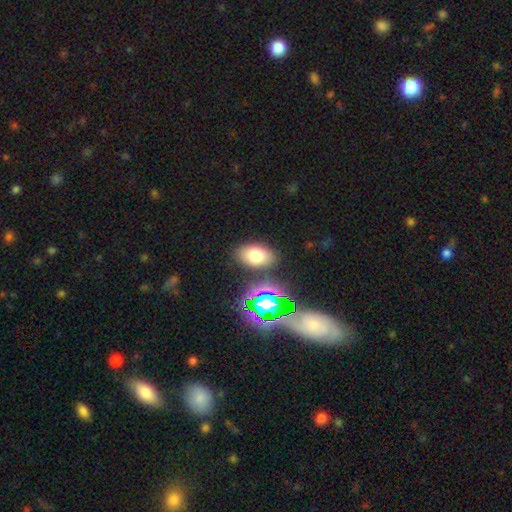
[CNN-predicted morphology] A smooth galaxy with no disk features (70%) that is in between round and cigar-shaped (89%). Merging: none (83%).